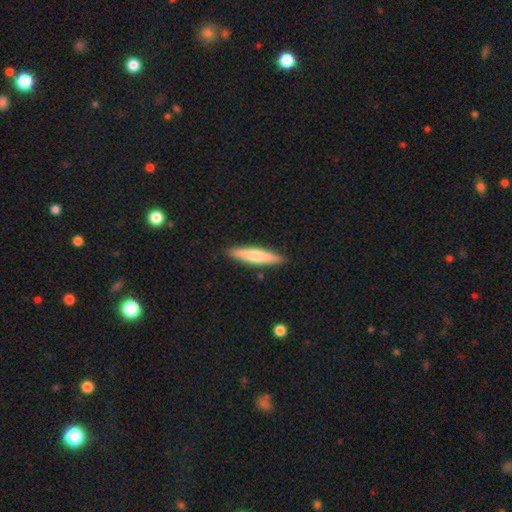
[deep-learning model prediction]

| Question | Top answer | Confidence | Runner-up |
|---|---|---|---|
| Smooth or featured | smooth | 61% | featured or disk (34%) |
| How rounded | cigar-shaped | 86% | in between (12%) |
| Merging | none | 90% | minor disturbance (8%) |